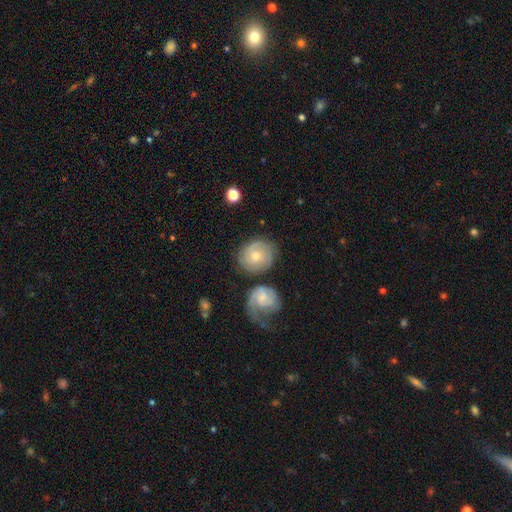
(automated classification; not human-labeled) Smooth or featured: featured or disk — 62% (smooth — 31%)
Edge-on disk: no — 97% (yes — 3%)
Bar: no — 71% (weak — 25%)
Spiral arms: yes — 91% (no — 9%)
Spiral winding: tight — 64% (medium — 28%)
Spiral arm count: 2 — 45% (can't tell — 25%)
Bulge size: moderate — 52% (small — 43%)
Merging: none — 68% (minor disturbance — 15%)